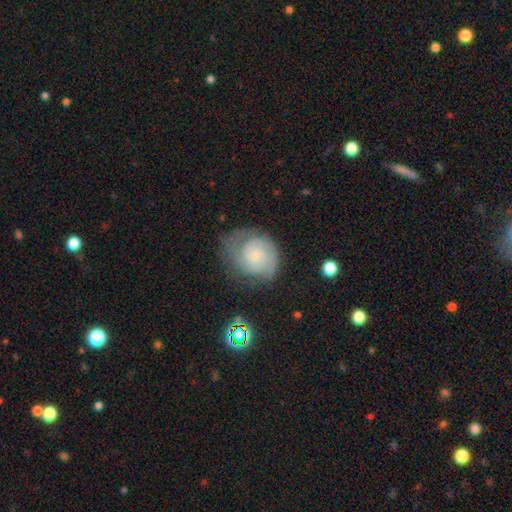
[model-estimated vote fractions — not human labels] Overall: featured or disk (69%). Edge-on disk: no (98%). Bar: no (71%). Spiral arms: yes (93%). Spiral arm count: 2 (54%; can't tell 23%). Spiral winding: tight (61%; medium 31%). Bulge size: small (58%; moderate 18%). Merging: none (60%; minor disturbance 24%).